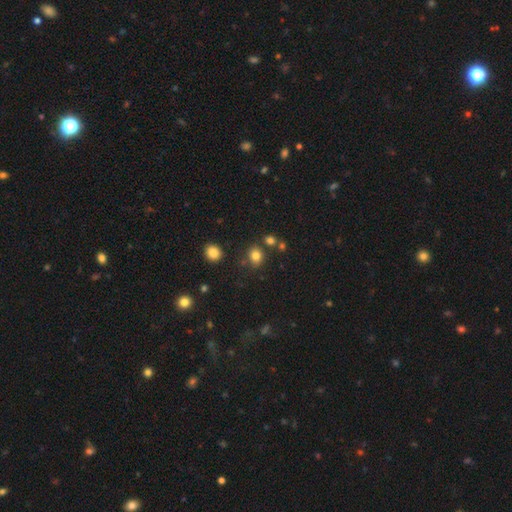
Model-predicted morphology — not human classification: A smooth galaxy with no disk features (80%) that is round (60%).

Vote fractions:
- Smooth or featured? smooth: 80% / star or artifact: 14% / featured or disk: 6%
- How rounded? round: 60% / in between: 39% / cigar-shaped: 1%
- Merging? none: 77% / minor disturbance: 11% / merger: 9% / major disturbance: 4%